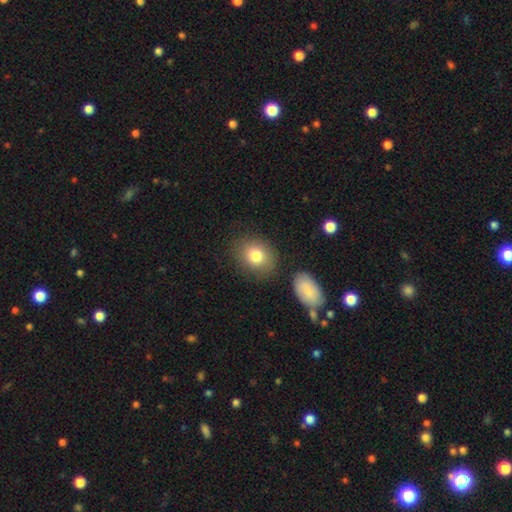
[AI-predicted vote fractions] A smooth galaxy with no disk features (81%) that is round (54%). Merging: none (78%).